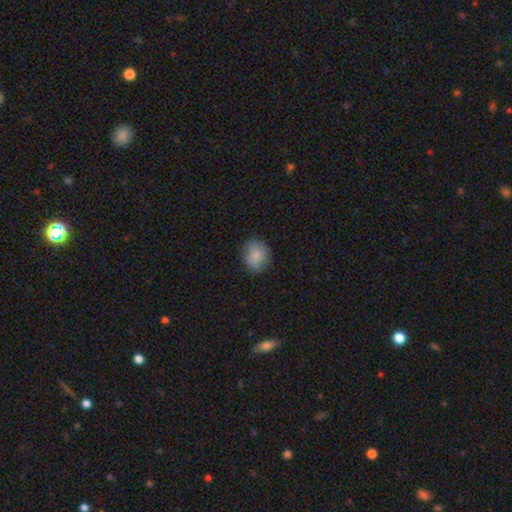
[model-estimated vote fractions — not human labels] Smooth or featured? smooth (84%)
How rounded? round (65%)
Merging? none (81%)